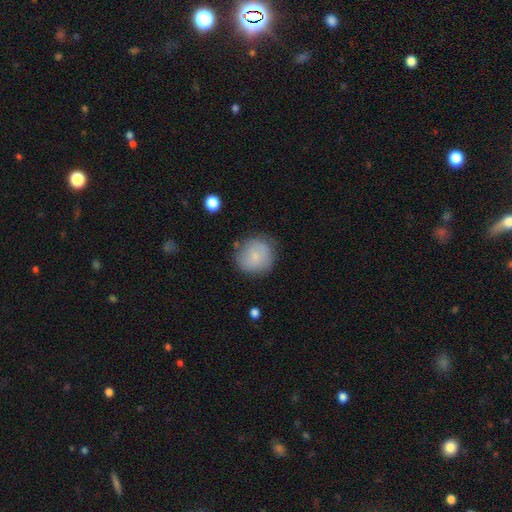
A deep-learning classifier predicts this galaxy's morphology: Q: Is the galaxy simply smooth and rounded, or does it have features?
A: smooth — 76%.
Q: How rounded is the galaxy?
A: round — 90%.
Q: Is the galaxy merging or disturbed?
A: none — 78%.